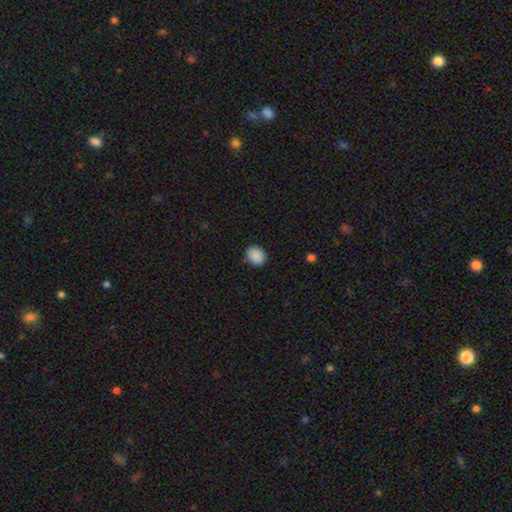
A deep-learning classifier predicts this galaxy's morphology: Smooth or featured: smooth — 89% (star or artifact — 8%)
How rounded: round — 63% (in between — 36%)
Merging: none — 87% (minor disturbance — 9%)